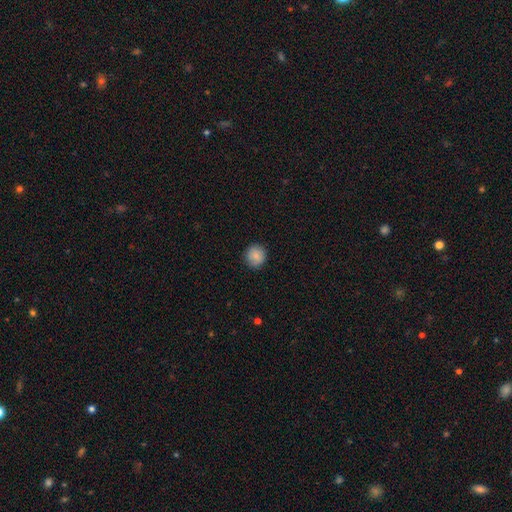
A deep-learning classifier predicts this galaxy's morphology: This is clearly a smooth galaxy (87%). How rounded: clearly round (91%). Merging: clearly none (90%).